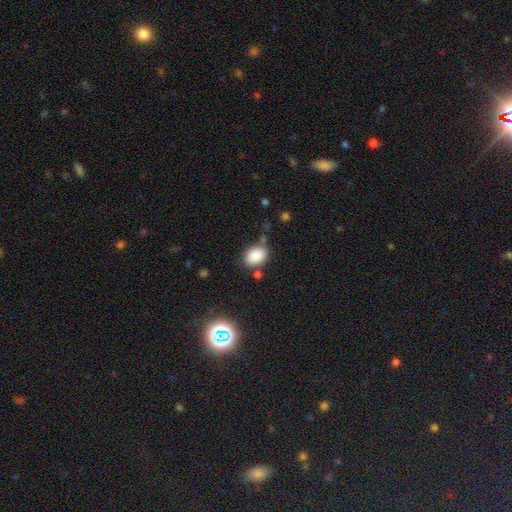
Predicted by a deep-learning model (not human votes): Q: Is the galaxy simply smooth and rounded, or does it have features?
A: smooth — 86%.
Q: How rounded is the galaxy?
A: in between — 74%.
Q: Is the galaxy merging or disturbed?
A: none — 69%.